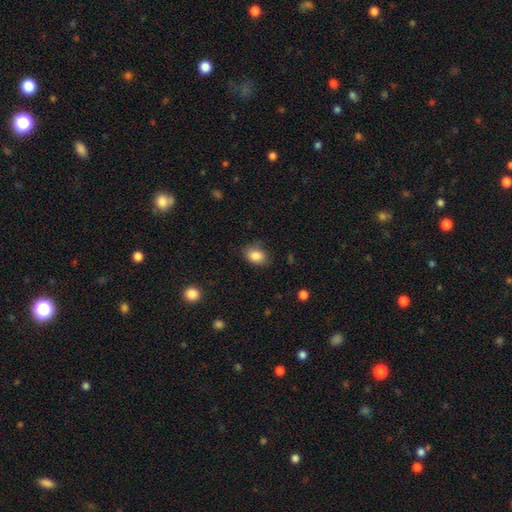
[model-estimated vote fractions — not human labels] A smooth galaxy with no disk features (86%) that is in between round and cigar-shaped (75%). Merging: none (74%).